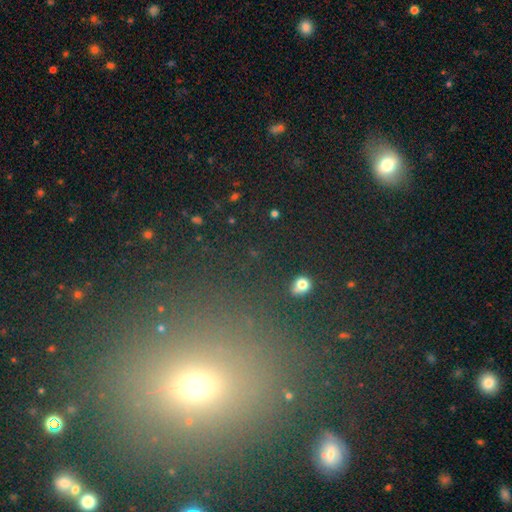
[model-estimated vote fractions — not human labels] A star or artifact, not a galaxy (44%).

Vote fractions:
- Smooth or featured? star or artifact: 44% / smooth: 43% / featured or disk: 13%